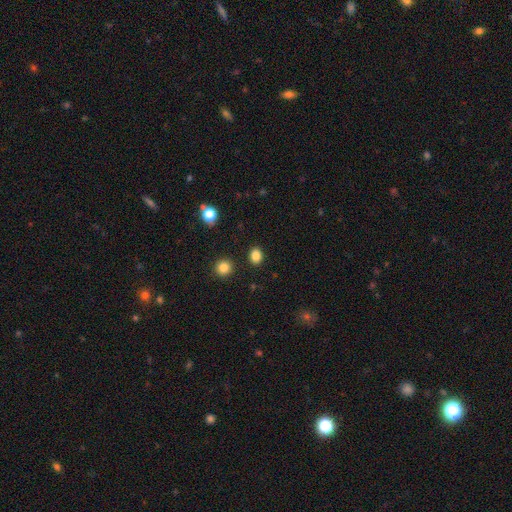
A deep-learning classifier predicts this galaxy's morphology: smooth 85%, star or artifact 11%, featured or disk 4%. Down the decision tree: how rounded — in between (50%); merging — none (89%).